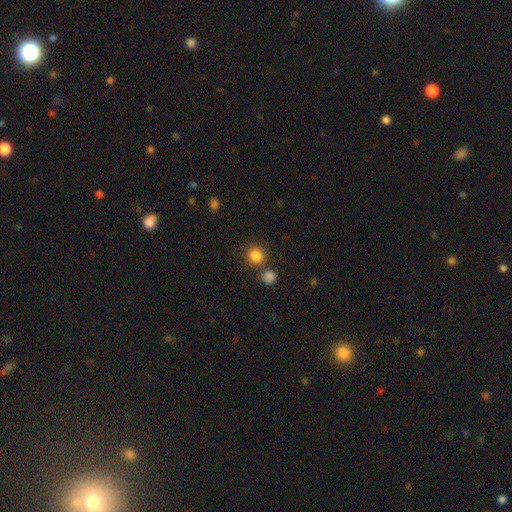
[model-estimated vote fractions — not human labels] A smooth galaxy with no disk features (84%) that is round (91%). Merging: none (75%).